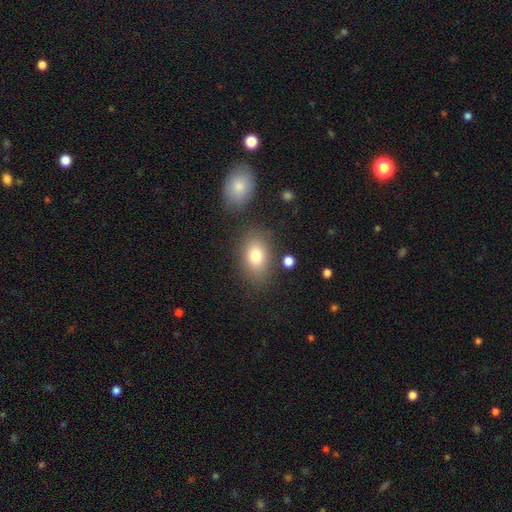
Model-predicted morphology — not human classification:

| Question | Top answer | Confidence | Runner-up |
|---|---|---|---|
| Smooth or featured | smooth | 80% | featured or disk (11%) |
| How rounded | in between | 85% | round (14%) |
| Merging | none | 78% | minor disturbance (12%) |